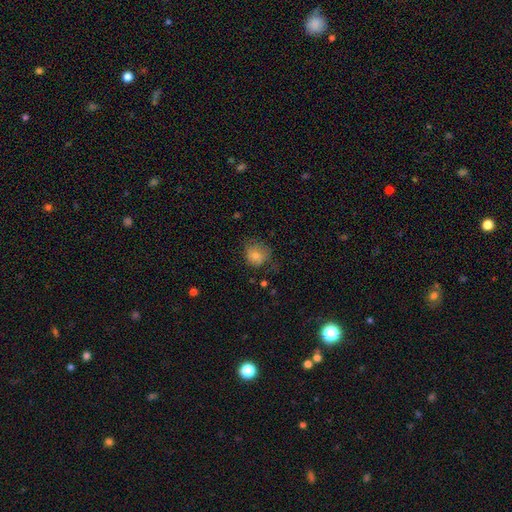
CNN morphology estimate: This appears to be a smooth galaxy with no disk features (78%) that is round (71%). Merging: none (53%).